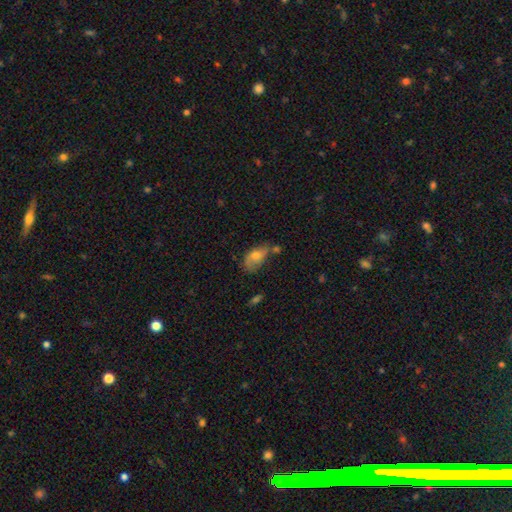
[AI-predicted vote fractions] Overall: smooth (60%; featured or disk 29%). How rounded: in between (87%). Merging: none (37%; minor disturbance 31%).